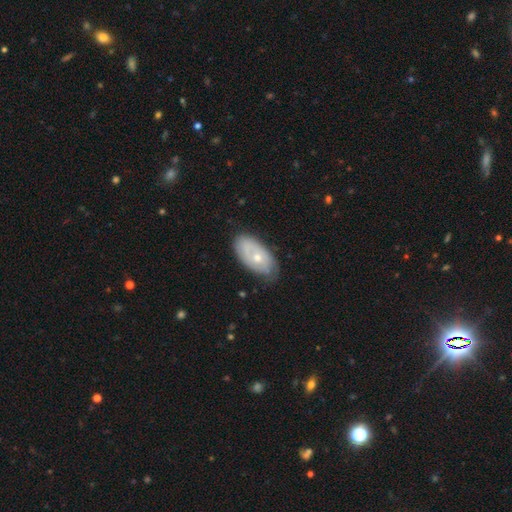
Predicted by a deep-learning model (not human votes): Smooth or featured: featured or disk — 49% (smooth — 45%)
Merging: none — 66% (minor disturbance — 27%)